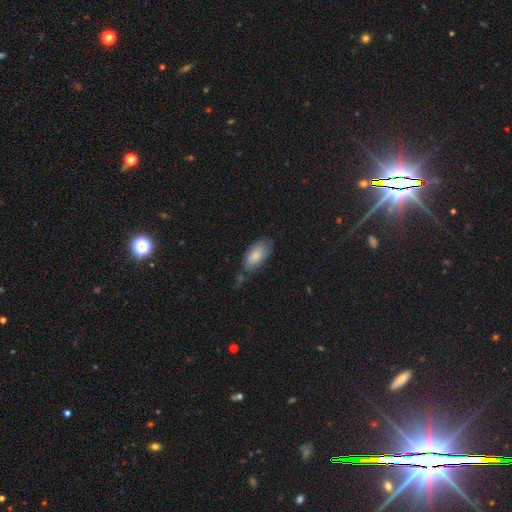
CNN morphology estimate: This is likely a smooth galaxy (77%). How rounded: clearly in between (92%). Merging: possibly none (56%).